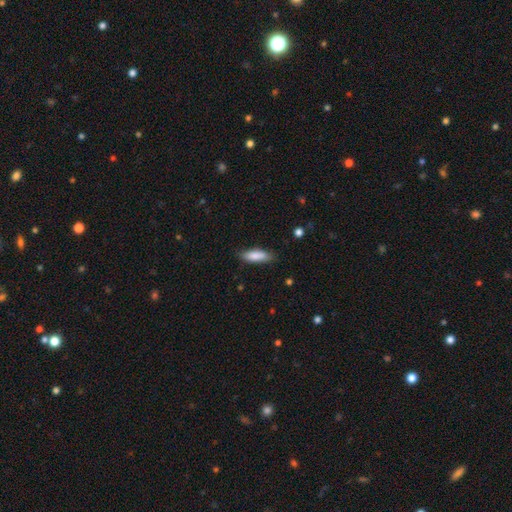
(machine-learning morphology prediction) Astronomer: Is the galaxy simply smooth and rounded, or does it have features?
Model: smooth — 84%.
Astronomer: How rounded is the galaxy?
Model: in between — 54% (runner-up: cigar-shaped, 45%).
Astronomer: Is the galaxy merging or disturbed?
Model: none — 81%.